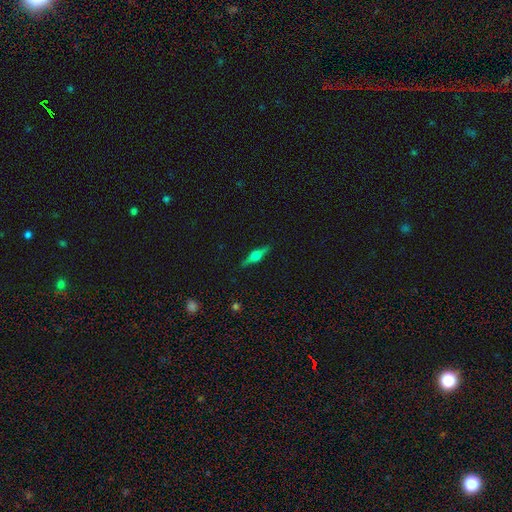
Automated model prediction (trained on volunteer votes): A featured or disk galaxy (71%) viewed edge-on (97%) with a rounded central bulge (93%).

Vote fractions:
- Smooth or featured? featured or disk: 71% / smooth: 22% / star or artifact: 7%
- Edge-on disk? yes: 97% / no: 3%
- Edge-on bulge? rounded: 93% / boxy: 5% / none: 2%
- Merging? none: 89% / minor disturbance: 8% / major disturbance: 2% / merger: 1%